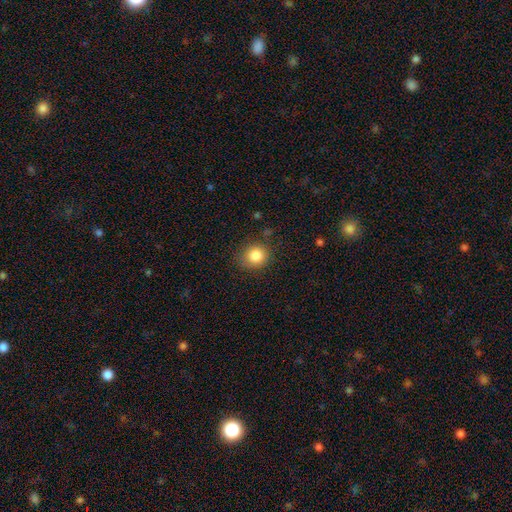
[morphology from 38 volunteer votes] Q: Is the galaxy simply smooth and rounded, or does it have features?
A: smooth — 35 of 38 (92%).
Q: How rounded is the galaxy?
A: round — 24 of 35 (69%).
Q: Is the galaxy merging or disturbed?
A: none — 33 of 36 (92%).